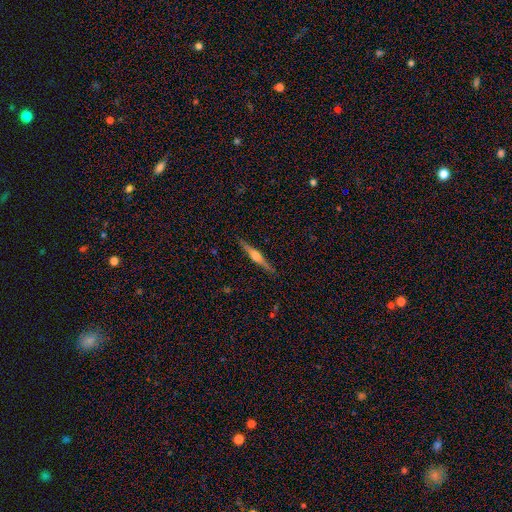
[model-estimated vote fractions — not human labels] Smooth or featured: featured or disk — 78% (smooth — 16%)
Edge-on disk: yes — 98% (no — 2%)
Edge-on bulge: rounded — 85% (boxy — 12%)
Merging: none — 90% (minor disturbance — 7%)